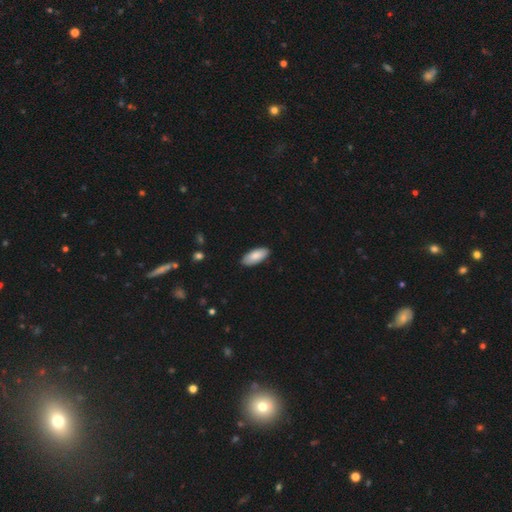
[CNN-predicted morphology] This is clearly a smooth galaxy (86%). How rounded: clearly in between (88%). Merging: clearly none (88%).